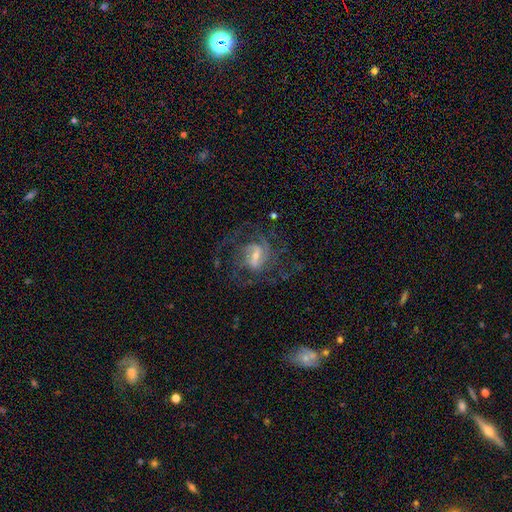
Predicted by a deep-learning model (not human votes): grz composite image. It shows a featured or disk galaxy (84%) with a weak bar (50%), 2 (37%) medium (48%) spiral arms (93%) and a small central bulge (52%). Merging: none (60%).